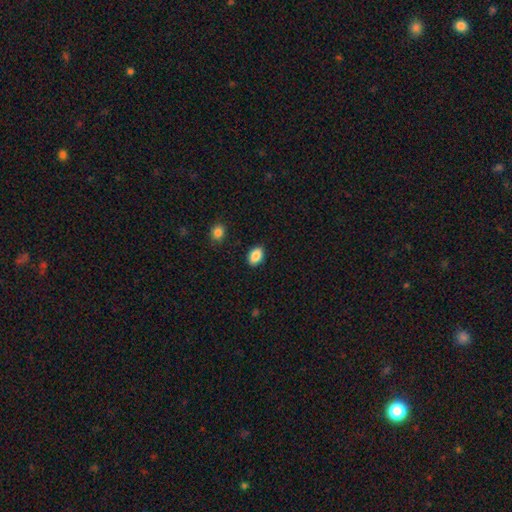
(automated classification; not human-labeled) Smooth or featured: smooth — 88% (star or artifact — 8%)
How rounded: in between — 86% (round — 13%)
Merging: none — 88% (minor disturbance — 8%)